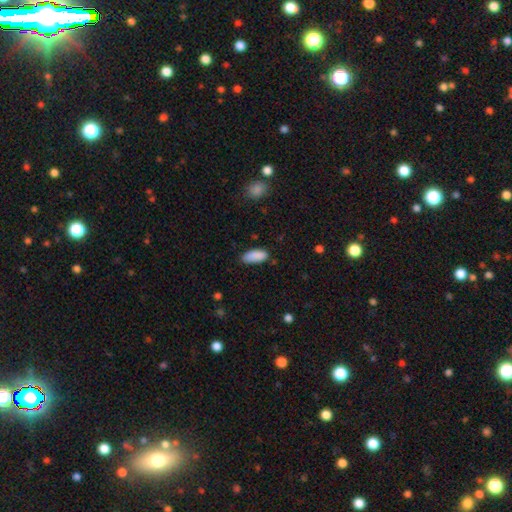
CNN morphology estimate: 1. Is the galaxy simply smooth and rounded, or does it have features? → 90% smooth, 7% star or artifact, 4% featured or disk.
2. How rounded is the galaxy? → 83% in between, 15% cigar-shaped, 2% round.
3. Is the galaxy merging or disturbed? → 79% none, 17% minor disturbance, 3% major disturbance, 2% merger.